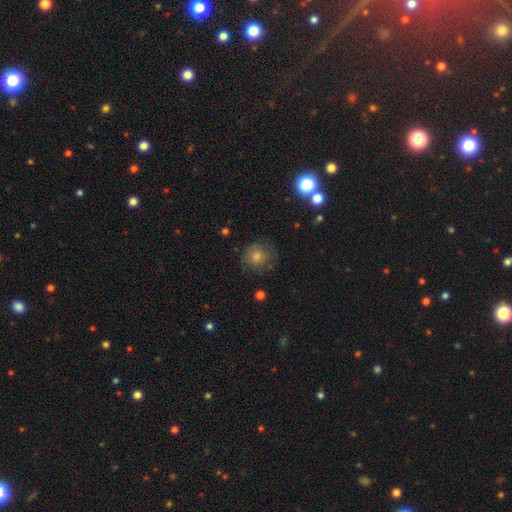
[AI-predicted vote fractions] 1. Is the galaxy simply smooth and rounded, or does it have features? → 61% smooth, 23% star or artifact, 15% featured or disk.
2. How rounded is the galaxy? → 91% round, 8% in between, 1% cigar-shaped.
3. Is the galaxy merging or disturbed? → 81% none, 12% minor disturbance, 5% major disturbance, 2% merger.